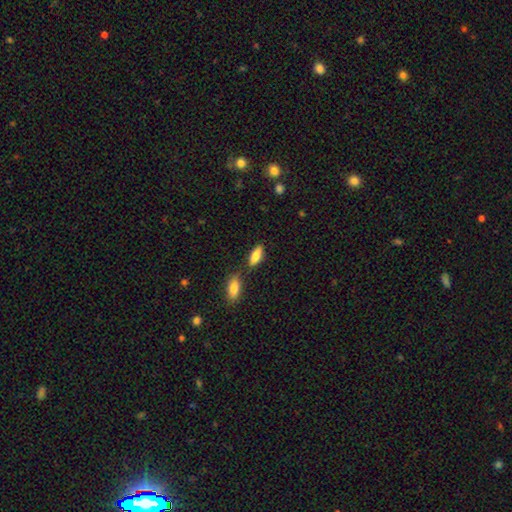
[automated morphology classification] type=smooth (83%); roundness=in between (79%); merging=none (72%).